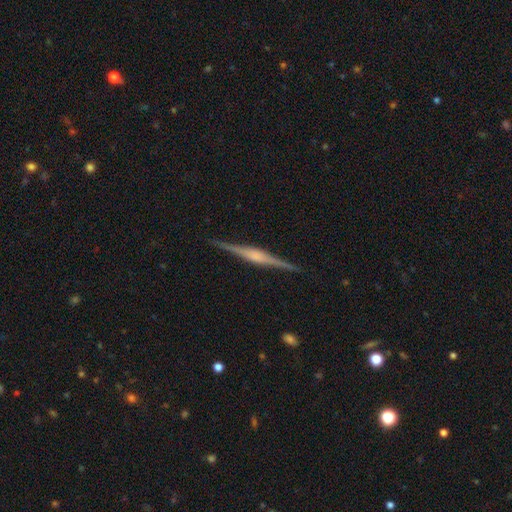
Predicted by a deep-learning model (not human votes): Q: Smooth or featured?
A: featured or disk (85%); runner-up: smooth (10%)
Q: Edge-on disk?
A: yes (98%); runner-up: no (2%)
Q: Edge-on bulge?
A: rounded (61%); runner-up: boxy (31%)
Q: Merging?
A: none (91%); runner-up: minor disturbance (7%)